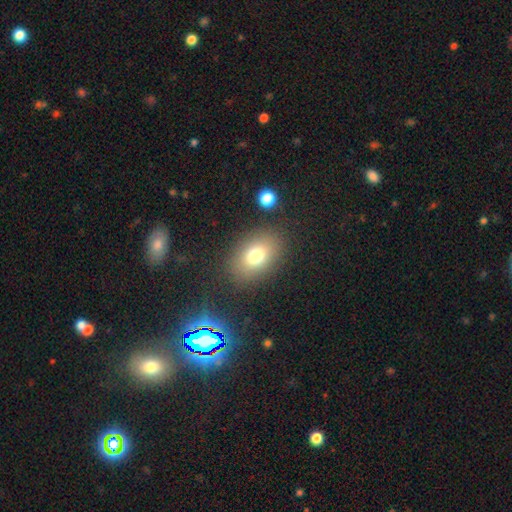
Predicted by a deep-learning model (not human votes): This appears to be a smooth galaxy with no disk features (75%) that is in between round and cigar-shaped (77%). Merging: none (84%).